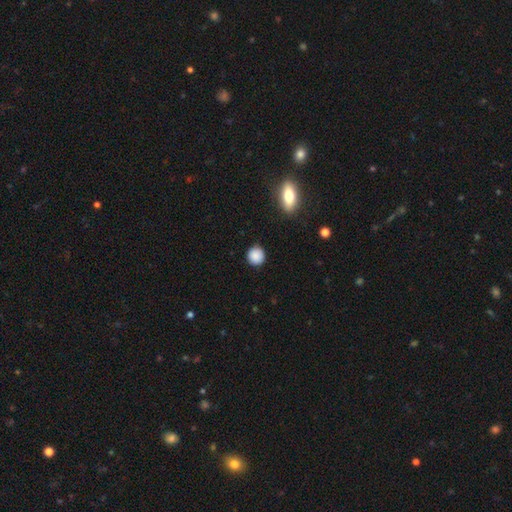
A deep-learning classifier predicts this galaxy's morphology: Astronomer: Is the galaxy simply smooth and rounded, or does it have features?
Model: smooth — 88%.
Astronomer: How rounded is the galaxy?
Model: round — 93%.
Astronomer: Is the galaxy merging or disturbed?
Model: none — 90%.